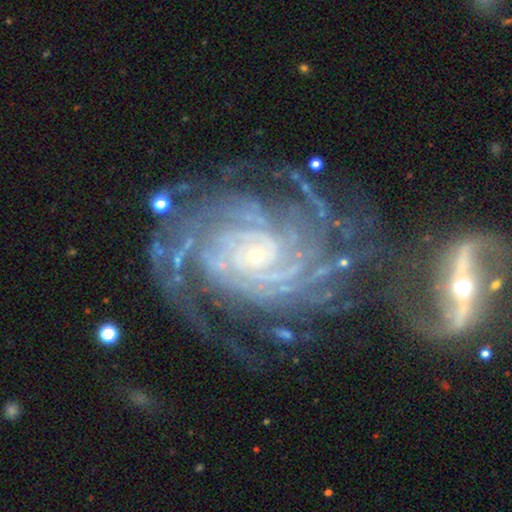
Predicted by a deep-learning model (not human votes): Overall: featured or disk (92%). Edge-on disk: no (98%). Bar: no (63%). Spiral arms: yes (98%). Spiral arm count: more than 4 (22%; 4 21%). Spiral winding: tight (76%). Bulge size: small (85%). Merging: none (52%; minor disturbance 18%).